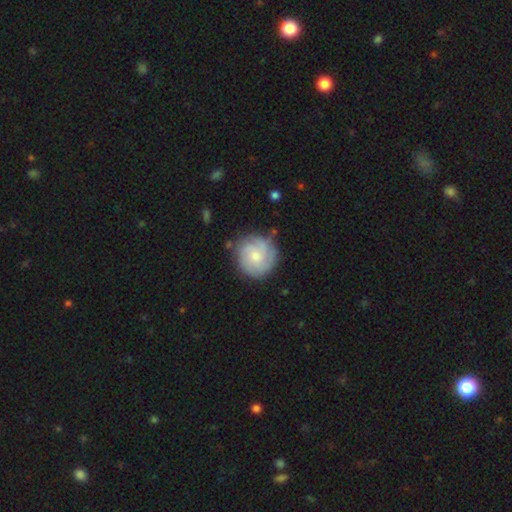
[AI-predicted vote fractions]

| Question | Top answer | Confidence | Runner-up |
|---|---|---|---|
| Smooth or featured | featured or disk | 55% | smooth (38%) |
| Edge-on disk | no | 98% | yes (2%) |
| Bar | no | 76% | weak (22%) |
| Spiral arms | yes | 86% | no (14%) |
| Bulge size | small | 51% | moderate (42%) |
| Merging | none | 77% | minor disturbance (15%) |